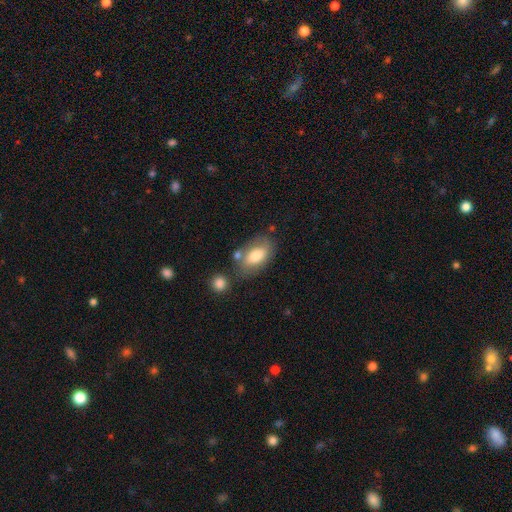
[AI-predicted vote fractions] Morphology: type=smooth (73%); roundness=in between (92%); merging=none (61%).